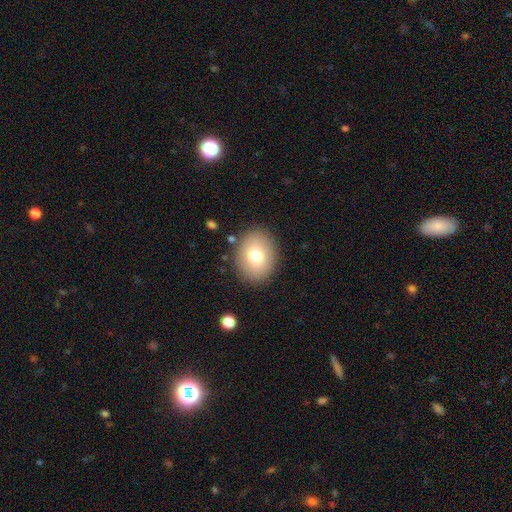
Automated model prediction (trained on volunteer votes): smooth-or-featured: smooth: 75% | featured or disk: 15% | star or artifact: 10%
  how-rounded: in between: 59% | round: 40% | cigar-shaped: 1%
  merging: none: 87% | minor disturbance: 8% | major disturbance: 3% | merger: 2%